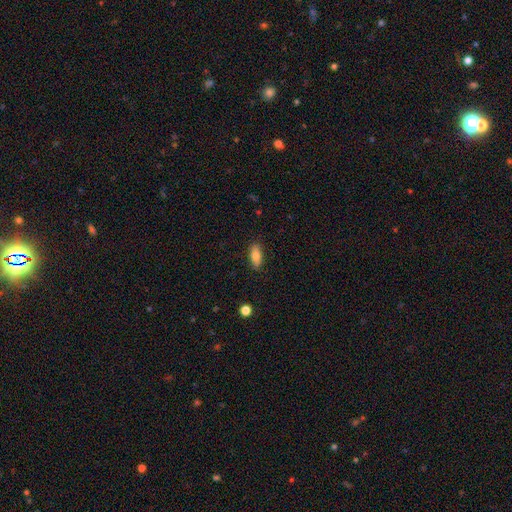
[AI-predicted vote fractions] A smooth galaxy with no disk features (83%) that is in between round and cigar-shaped (80%).

Vote fractions:
- Smooth or featured? smooth: 83% / featured or disk: 10% / star or artifact: 7%
- How rounded? in between: 80% / cigar-shaped: 18% / round: 3%
- Merging? none: 87% / minor disturbance: 10% / major disturbance: 2% / merger: 1%